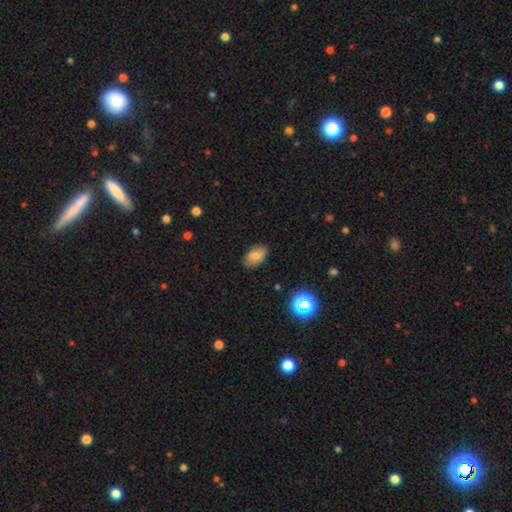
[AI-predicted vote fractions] Smooth or featured?
  - smooth: 79% *
  - star or artifact: 11%
  - featured or disk: 10%
How rounded?
  - in between: 90% *
  - round: 8%
  - cigar-shaped: 1%
Merging?
  - none: 82% *
  - minor disturbance: 14%
  - major disturbance: 3%
  - merger: 1%